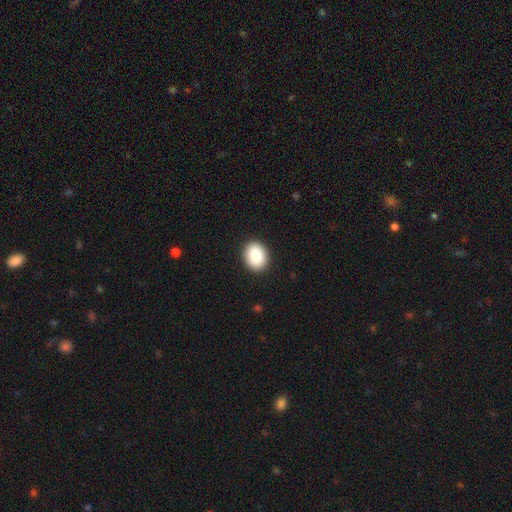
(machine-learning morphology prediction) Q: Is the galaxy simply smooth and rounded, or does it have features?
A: smooth — 88%.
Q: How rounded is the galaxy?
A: in between — 54%.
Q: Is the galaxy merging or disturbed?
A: none — 91%.